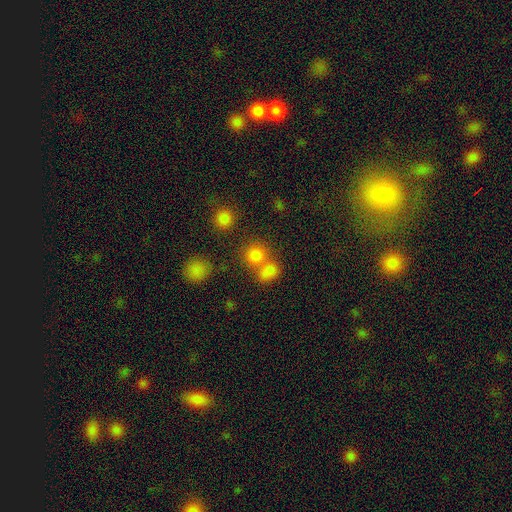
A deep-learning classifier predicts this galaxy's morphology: A smooth galaxy with no disk features (79%) that is round (80%).

Vote fractions:
- Smooth or featured? smooth: 79% / star or artifact: 14% / featured or disk: 6%
- How rounded? round: 80% / in between: 19% / cigar-shaped: 1%
- Merging? none: 52% / merger: 37% / minor disturbance: 7% / major disturbance: 4%